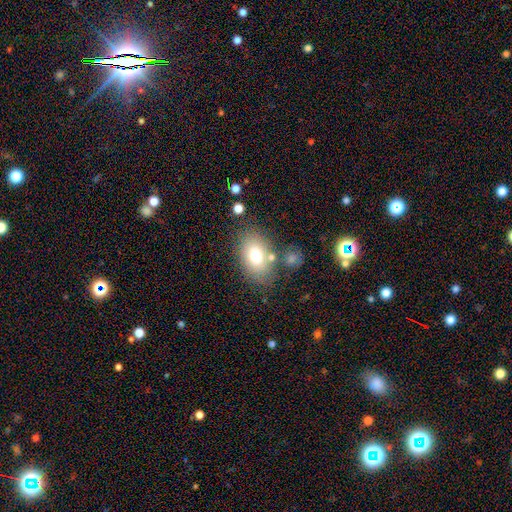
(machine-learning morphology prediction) This is likely a smooth galaxy (73%). How rounded: clearly in between (83%). Merging: likely none (71%).